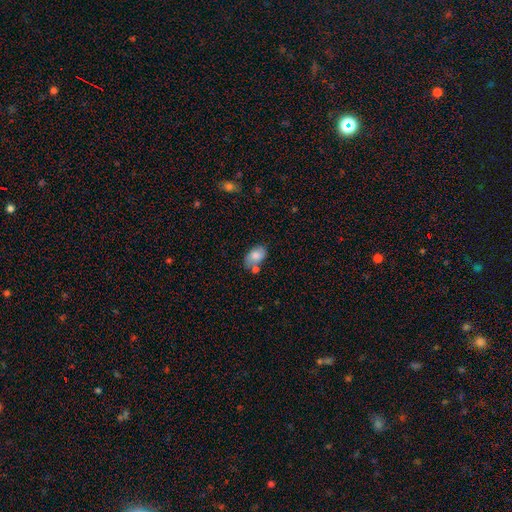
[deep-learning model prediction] Q: Smooth or featured?
A: smooth (75%); runner-up: featured or disk (17%)
Q: How rounded?
A: in between (89%); runner-up: round (10%)
Q: Merging?
A: none (53%); runner-up: minor disturbance (22%)